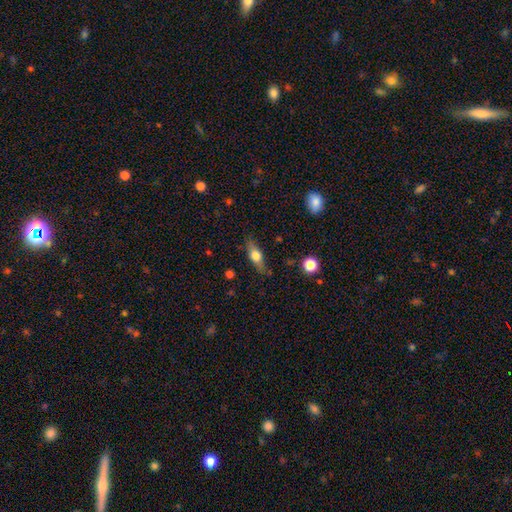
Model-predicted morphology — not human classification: This appears to be a smooth galaxy with no disk features (55%) that is in between round and cigar-shaped (56%). Merging: none (81%).